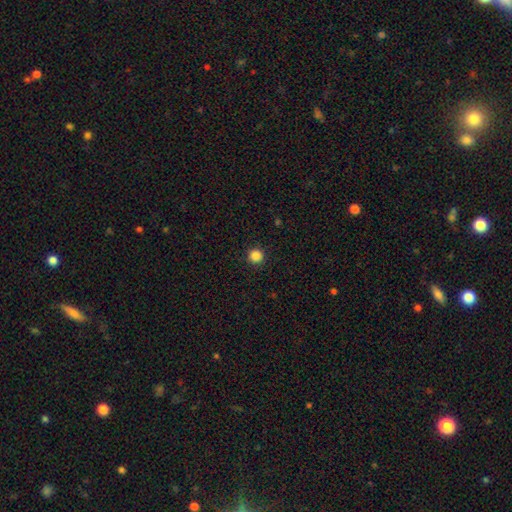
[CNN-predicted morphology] smooth 86%, star or artifact 11%, featured or disk 3%. Down the decision tree: how rounded — round (95%); merging — none (92%).